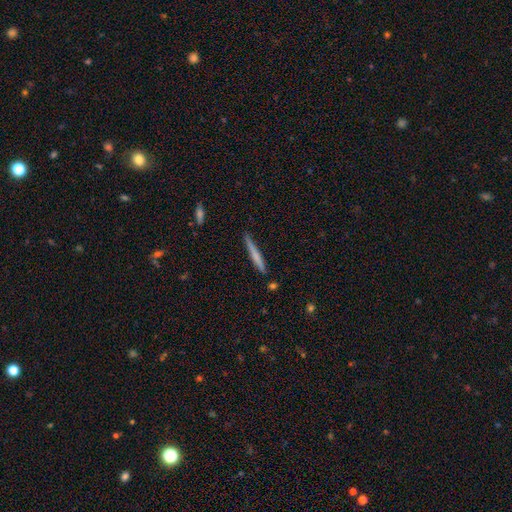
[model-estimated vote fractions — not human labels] smooth_or_featured: smooth (p=0.60) [alt: featured or disk p=0.34]
how_rounded: cigar-shaped (p=0.96) [alt: in between p=0.03]
merging: none (p=0.84) [alt: minor disturbance p=0.12]